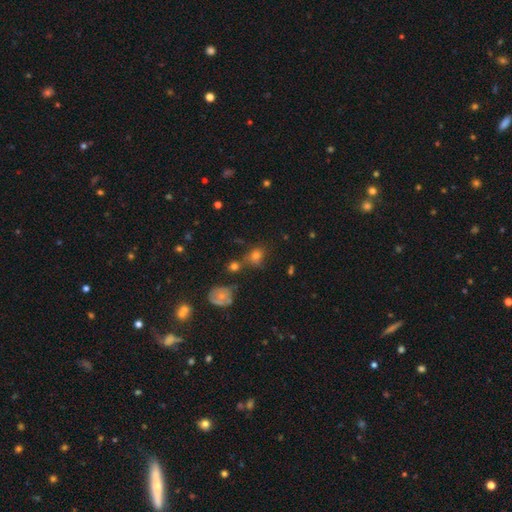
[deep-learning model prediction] Smooth or featured? Predicted: smooth (p=0.59). How rounded? Predicted: round (p=0.66). Merging? Predicted: none (p=0.65).